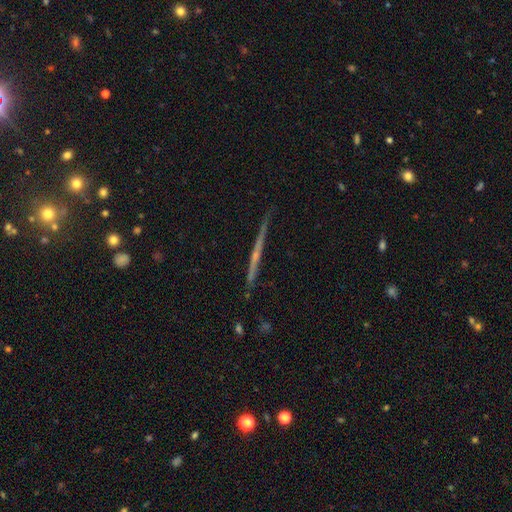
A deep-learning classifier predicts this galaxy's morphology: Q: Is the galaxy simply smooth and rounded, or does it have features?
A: featured or disk — 72%.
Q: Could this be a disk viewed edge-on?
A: yes — 98%.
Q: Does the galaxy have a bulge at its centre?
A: none — 59%.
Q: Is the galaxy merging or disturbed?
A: none — 88%.